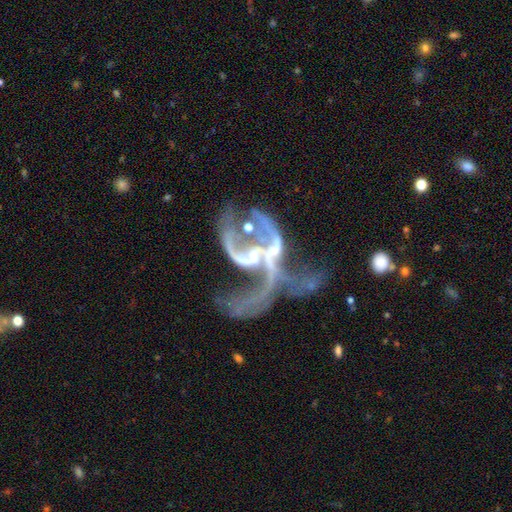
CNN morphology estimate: Smooth or featured? featured or disk (84%)
Edge-on disk? no (97%)
Bar? no (57%)
Spiral arms? yes (72%)
Spiral winding? loose (73%)
Spiral arm count? 2 (49%)
Bulge size? small (44%)
Merging? merger (48%)